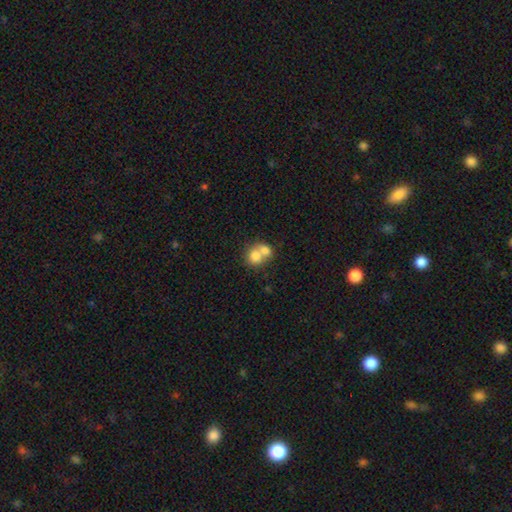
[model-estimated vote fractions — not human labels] This is likely a smooth galaxy (75%). How rounded: likely round (71%). Merging: likely merger (66%).